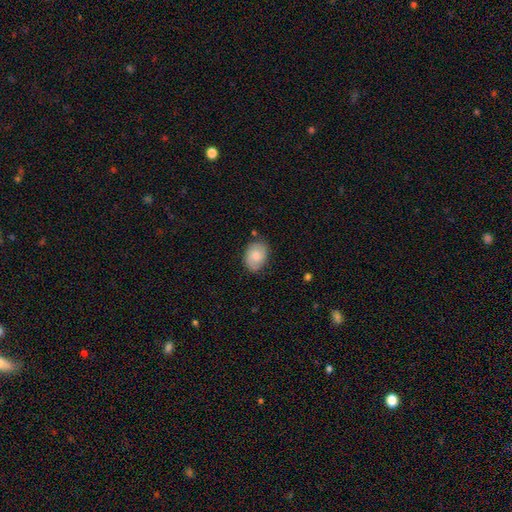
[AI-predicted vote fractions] A smooth galaxy with no disk features (66%) that is in between round and cigar-shaped (73%).

Vote fractions:
- Smooth or featured? smooth: 66% / featured or disk: 27% / star or artifact: 7%
- How rounded? in between: 73% / round: 26% / cigar-shaped: 1%
- Merging? none: 75% / minor disturbance: 19% / major disturbance: 4% / merger: 2%